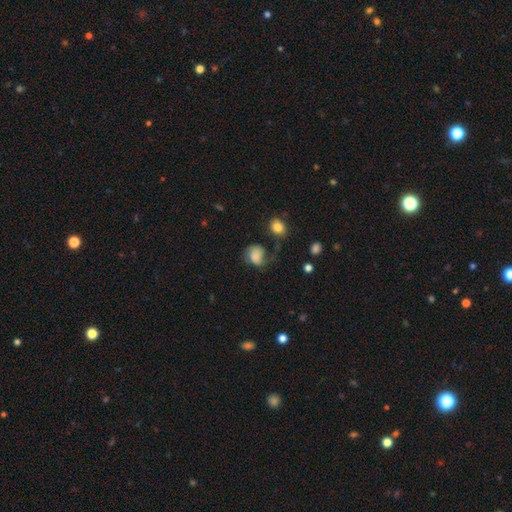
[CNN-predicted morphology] type=smooth (62%); roundness=round (56%); merging=none (38%).